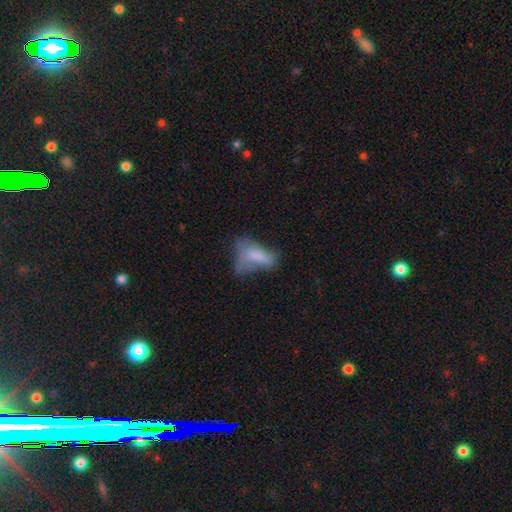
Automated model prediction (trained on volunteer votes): Smooth or featured: smooth — 62% (featured or disk — 27%)
How rounded: in between — 87% (cigar-shaped — 9%)
Merging: major disturbance — 40% (minor disturbance — 24%)